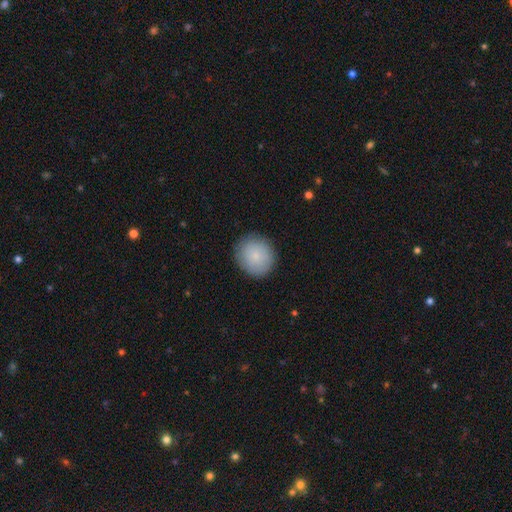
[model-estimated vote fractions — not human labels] Morphology: type=smooth (84%); roundness=round (86%); merging=none (88%).